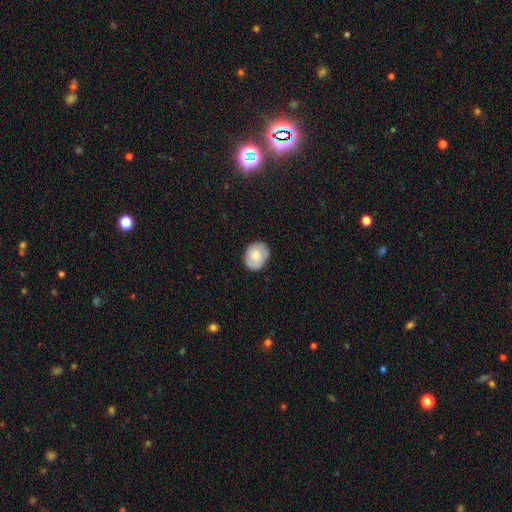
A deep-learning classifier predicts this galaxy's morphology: Q: Smooth or featured?
A: smooth (72%); runner-up: featured or disk (21%)
Q: How rounded?
A: round (51%); runner-up: in between (48%)
Q: Merging?
A: none (84%); runner-up: minor disturbance (12%)